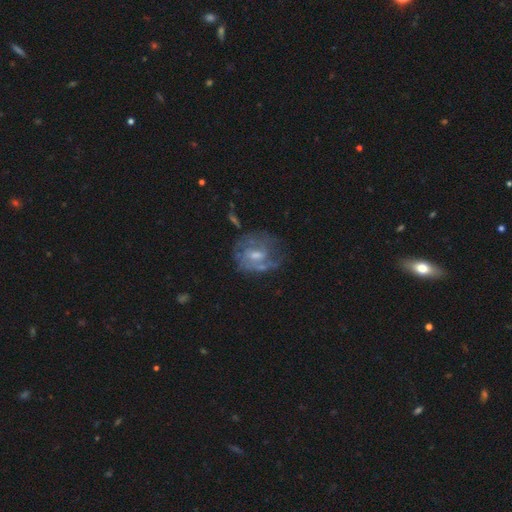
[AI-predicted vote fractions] This is likely a featured or disk galaxy (68%). It is clearly not viewed edge-on (96%). Bar: possibly weak (47%). Spiral arm pattern: likely yes (68%). Central bulge: possibly moderate (51%). Merging: possibly none (58%).